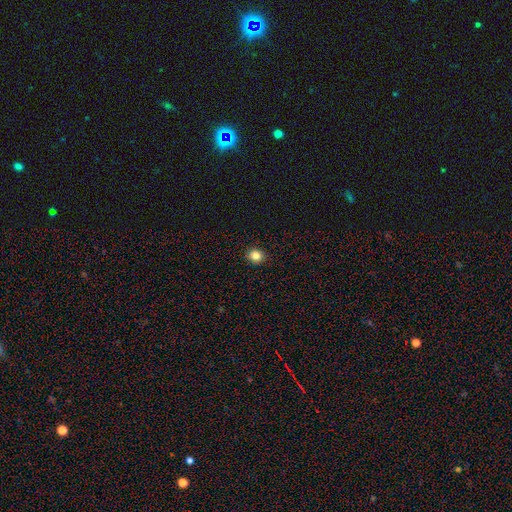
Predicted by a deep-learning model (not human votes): Smooth or featured?
  - smooth: 83% *
  - star or artifact: 12%
  - featured or disk: 5%
How rounded?
  - round: 77% *
  - in between: 22%
  - cigar-shaped: 1%
Merging?
  - none: 91% *
  - minor disturbance: 6%
  - major disturbance: 2%
  - merger: 1%